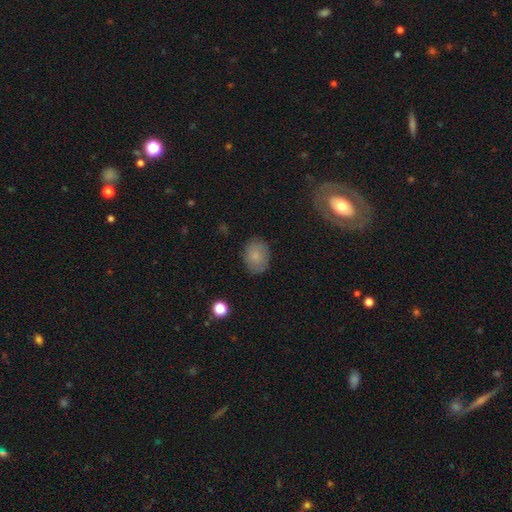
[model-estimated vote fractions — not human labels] smooth 81%, featured or disk 10%, star or artifact 9%. Down the decision tree: how rounded — in between (59%); merging — none (83%).